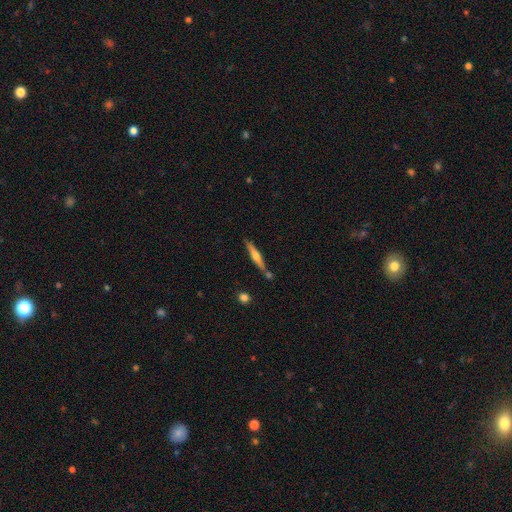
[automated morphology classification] Smooth or featured?
  - featured or disk: 59% *
  - smooth: 36%
  - star or artifact: 6%
Edge-on disk?
  - yes: 97% *
  - no: 3%
Edge-on bulge?
  - rounded: 83% *
  - none: 10%
  - boxy: 7%
Merging?
  - none: 78% *
  - minor disturbance: 11%
  - merger: 9%
  - major disturbance: 2%